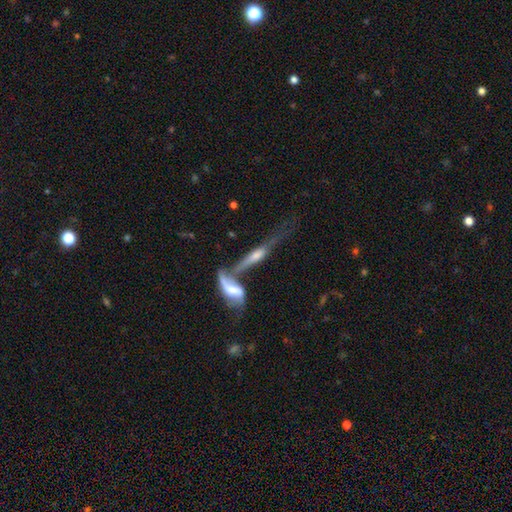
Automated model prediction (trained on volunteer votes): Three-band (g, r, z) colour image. It shows a featured or disk galaxy (71%) viewed edge-on (69%). Merging: merger (58%).